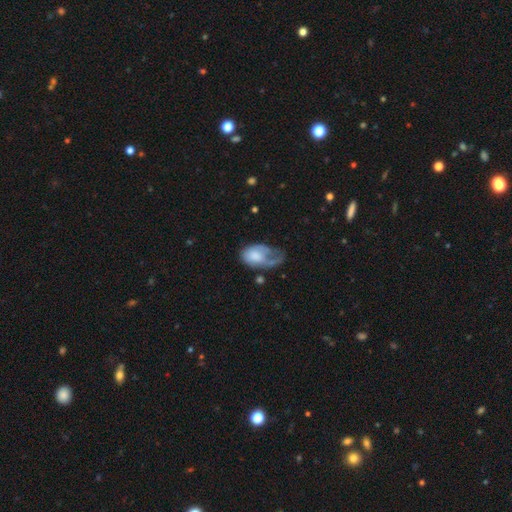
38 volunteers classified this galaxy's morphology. smooth-or-featured: smooth: 50% | featured or disk: 42% | star or artifact: 8%
  how-rounded: in between: 89% | round: 11% | cigar-shaped: 0%
  merging: major disturbance: 63% | minor disturbance: 17% | none: 14% | merger: 6%